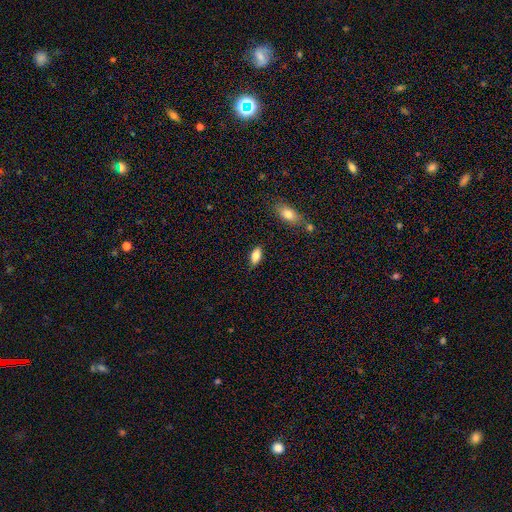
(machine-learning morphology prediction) Overall: smooth (80%). How rounded: in between (86%). Merging: none (83%).